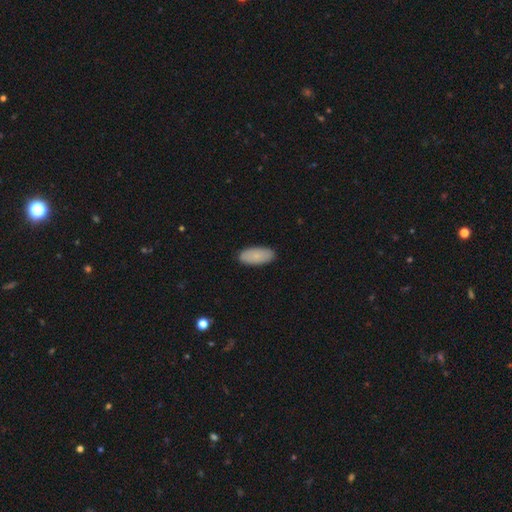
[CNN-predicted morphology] This is clearly a smooth galaxy (82%). How rounded: clearly in between (90%). Merging: clearly none (88%).